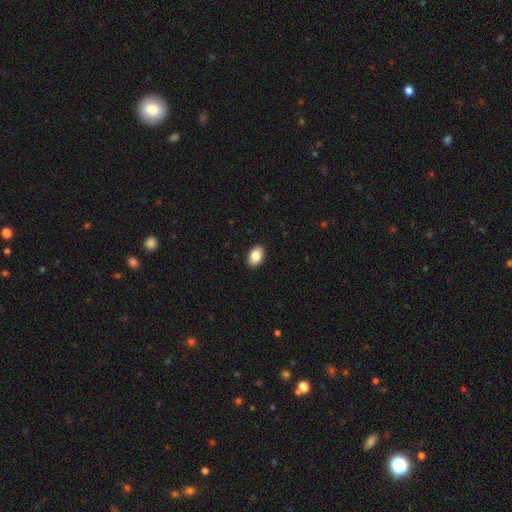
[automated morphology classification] Q: Smooth or featured?
A: smooth (86%); runner-up: star or artifact (7%)
Q: How rounded?
A: in between (86%); runner-up: round (12%)
Q: Merging?
A: none (90%); runner-up: minor disturbance (7%)